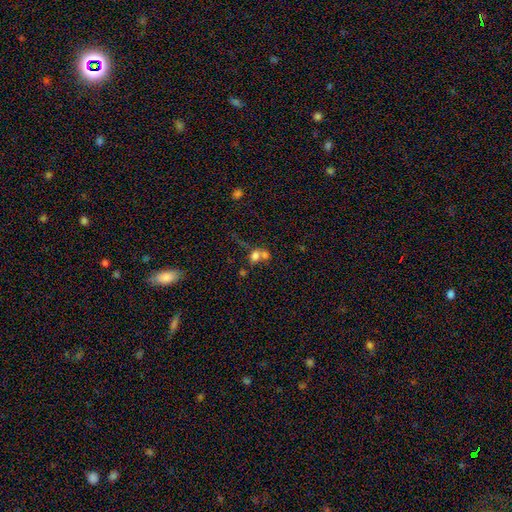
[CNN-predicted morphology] This appears to be a smooth galaxy with no disk features (68%) that is round (66%). Merging: merger (60%).